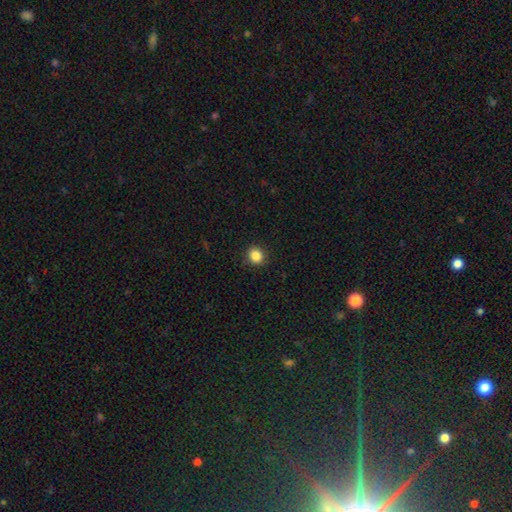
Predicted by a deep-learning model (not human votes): smooth_or_featured: smooth (p=0.86) [alt: star or artifact p=0.10]
how_rounded: round (p=0.74) [alt: in between p=0.25]
merging: none (p=0.89) [alt: minor disturbance p=0.08]